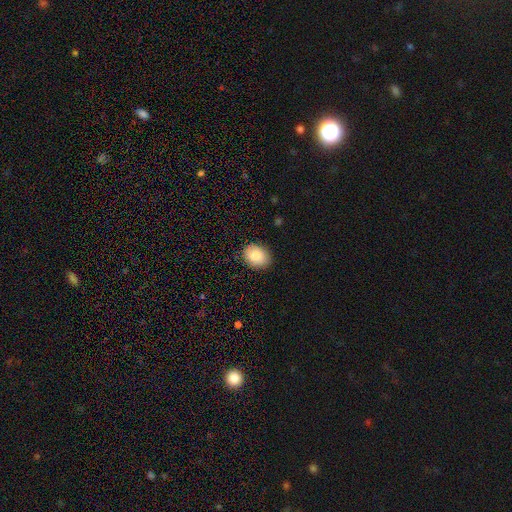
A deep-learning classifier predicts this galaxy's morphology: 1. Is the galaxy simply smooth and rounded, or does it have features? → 84% smooth, 8% featured or disk, 8% star or artifact.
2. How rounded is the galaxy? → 56% in between, 43% round, 1% cigar-shaped.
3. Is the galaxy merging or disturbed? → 88% none, 9% minor disturbance, 2% major disturbance, 1% merger.